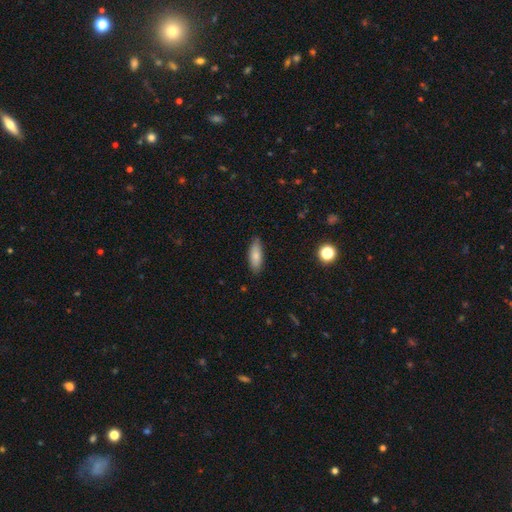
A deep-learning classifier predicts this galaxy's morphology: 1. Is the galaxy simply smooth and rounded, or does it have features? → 82% smooth, 12% featured or disk, 7% star or artifact.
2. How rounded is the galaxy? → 66% in between, 31% cigar-shaped, 2% round.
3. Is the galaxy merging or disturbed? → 85% none, 12% minor disturbance, 2% major disturbance, 1% merger.